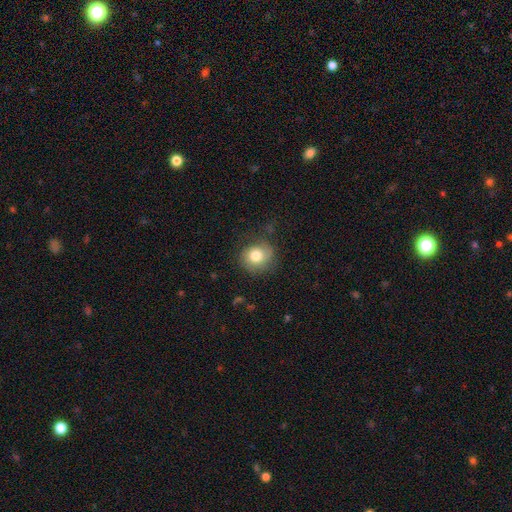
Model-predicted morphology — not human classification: Overall: smooth (74%). How rounded: round (78%). Merging: none (68%).